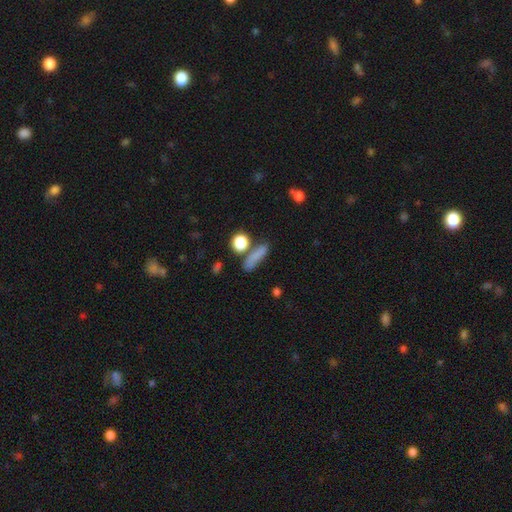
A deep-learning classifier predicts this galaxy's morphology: This appears to be a smooth galaxy with no disk features (75%) that is cigar-shaped (58%). Merging: none (63%).